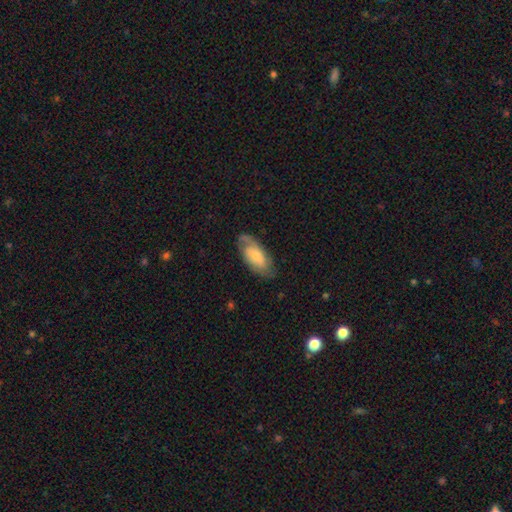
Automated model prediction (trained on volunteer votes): Smooth or featured: featured or disk — 52% (smooth — 42%)
Edge-on disk: no — 90% (yes — 10%)
Merging: none — 72% (minor disturbance — 20%)